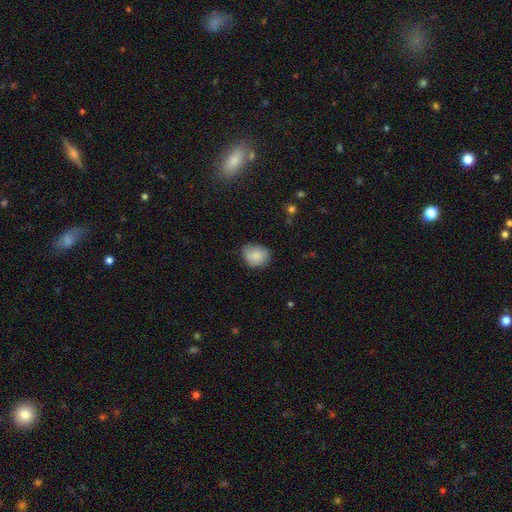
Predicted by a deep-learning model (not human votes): A smooth galaxy with no disk features (80%) that is round (59%). Merging: none (66%).